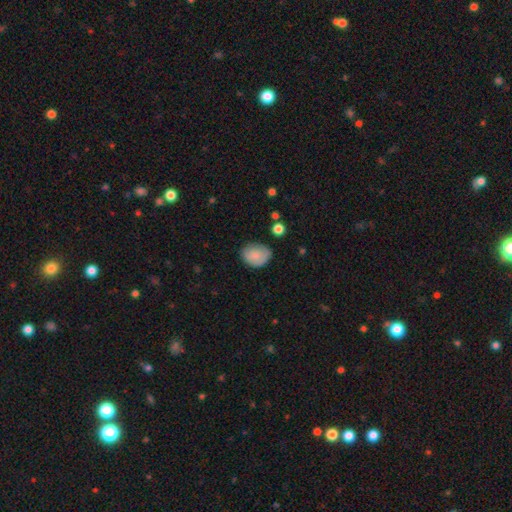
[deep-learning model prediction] Smooth or featured: smooth — 82% (featured or disk — 10%)
How rounded: in between — 57% (round — 42%)
Merging: none — 65% (minor disturbance — 27%)